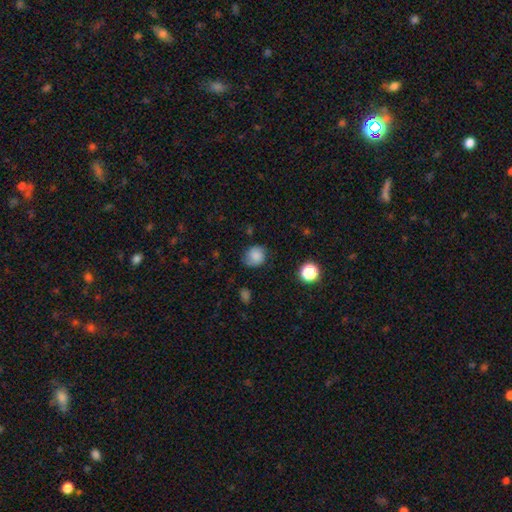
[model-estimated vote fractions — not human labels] smooth-or-featured: smooth: 78% | star or artifact: 11% | featured or disk: 10%
  how-rounded: round: 78% | in between: 21% | cigar-shaped: 1%
  merging: none: 68% | minor disturbance: 24% | major disturbance: 6% | merger: 2%